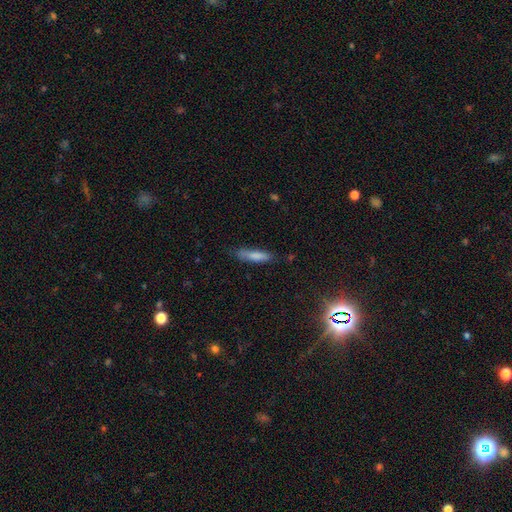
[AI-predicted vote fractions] Smooth or featured? Predicted: smooth (p=0.80). How rounded? Predicted: cigar-shaped (p=0.77). Merging? Predicted: none (p=0.73).